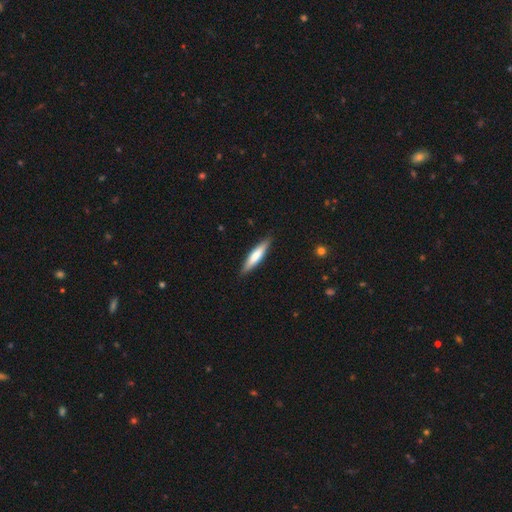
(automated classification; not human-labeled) The model was most divided on "smooth or featured": smooth: 64%, featured or disk: 31%, star or artifact: 5%. More confident: merging — none (89%); how rounded — cigar-shaped (85%).